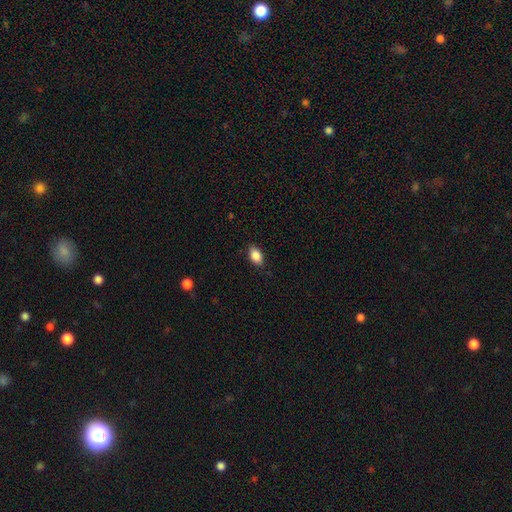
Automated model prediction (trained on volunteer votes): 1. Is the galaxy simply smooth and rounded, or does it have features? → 88% smooth, 8% star or artifact, 5% featured or disk.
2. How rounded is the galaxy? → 89% in between, 10% round, 2% cigar-shaped.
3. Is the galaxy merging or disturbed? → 86% none, 11% minor disturbance, 2% major disturbance, 1% merger.